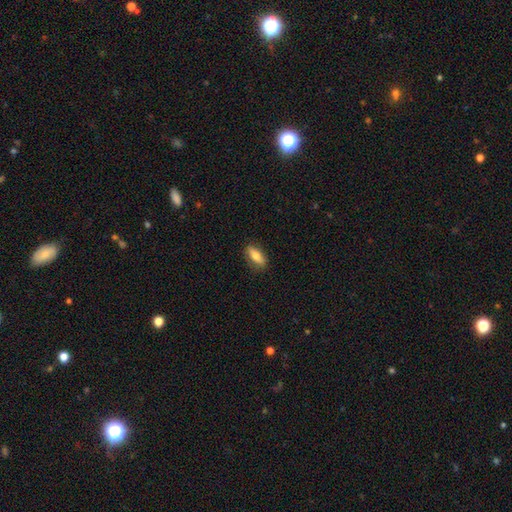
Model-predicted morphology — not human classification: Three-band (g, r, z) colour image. It shows a smooth galaxy with no disk features (70%) that is in between round and cigar-shaped (70%). Merging: none (85%).